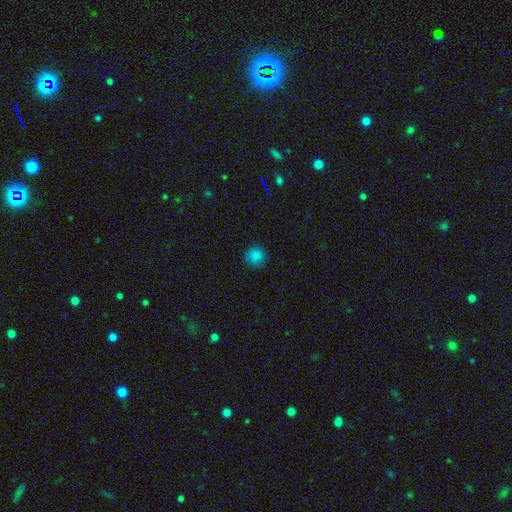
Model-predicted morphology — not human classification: Smooth or featured? Predicted: smooth (p=0.84). How rounded? Predicted: round (p=0.92). Merging? Predicted: none (p=0.88).